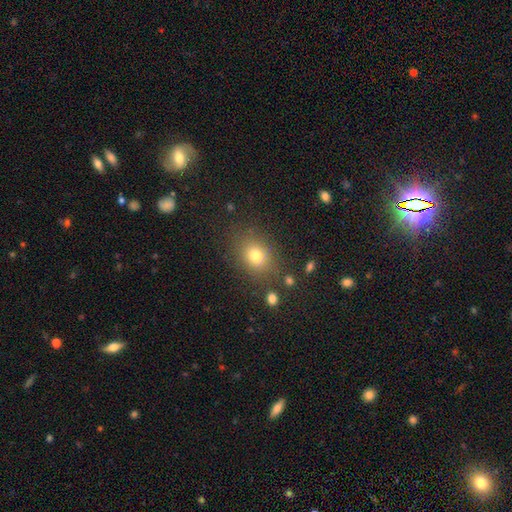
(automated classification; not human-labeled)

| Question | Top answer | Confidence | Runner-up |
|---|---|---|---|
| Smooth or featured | smooth | 76% | star or artifact (14%) |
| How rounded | in between | 52% | round (46%) |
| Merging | none | 80% | minor disturbance (12%) |